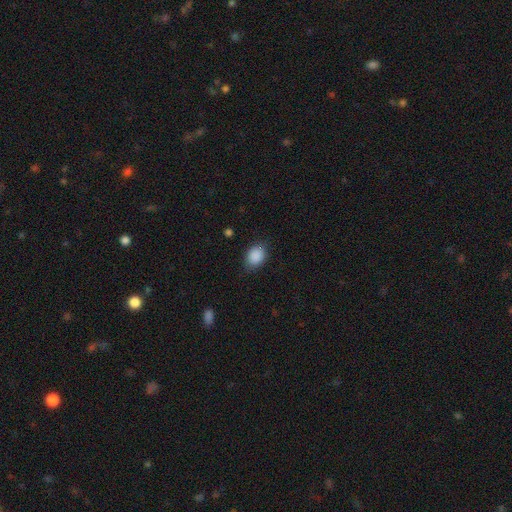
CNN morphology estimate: type=smooth (88%); roundness=in between (68%); merging=none (80%).